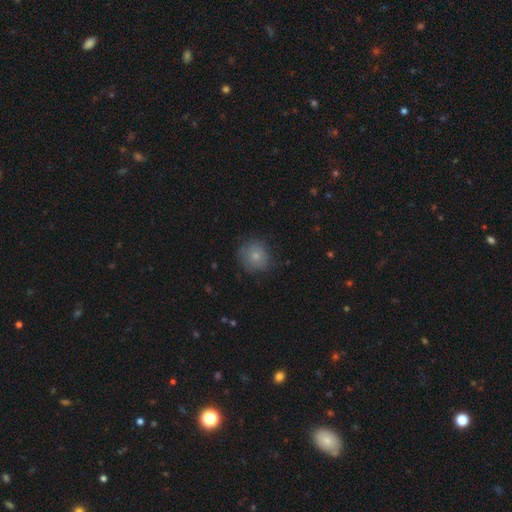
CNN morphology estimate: Smooth or featured: smooth — 76% (featured or disk — 14%)
How rounded: round — 87% (in between — 12%)
Merging: none — 73% (minor disturbance — 20%)